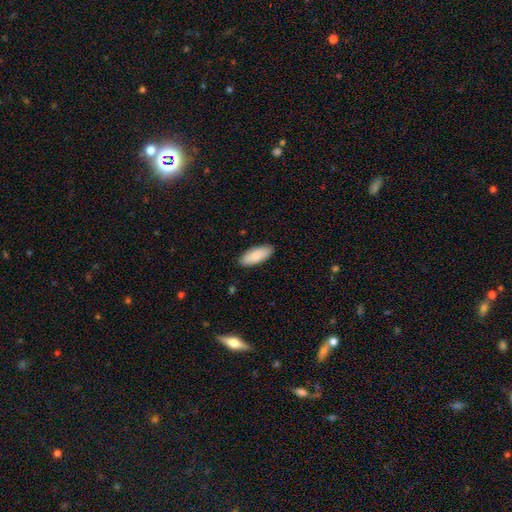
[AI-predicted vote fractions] A smooth galaxy with no disk features (83%) that is in between round and cigar-shaped (84%).

Vote fractions:
- Smooth or featured? smooth: 83% / featured or disk: 12% / star or artifact: 6%
- How rounded? in between: 84% / cigar-shaped: 14% / round: 2%
- Merging? none: 88% / minor disturbance: 9% / major disturbance: 2% / merger: 1%